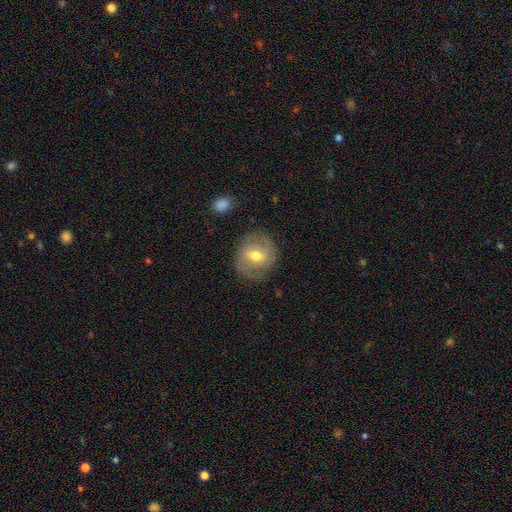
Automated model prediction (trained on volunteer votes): This appears to be a featured or disk galaxy (63%) with a weak bar (55%), spiral arms (81%) and a moderate central bulge (70%). Merging: none (78%).